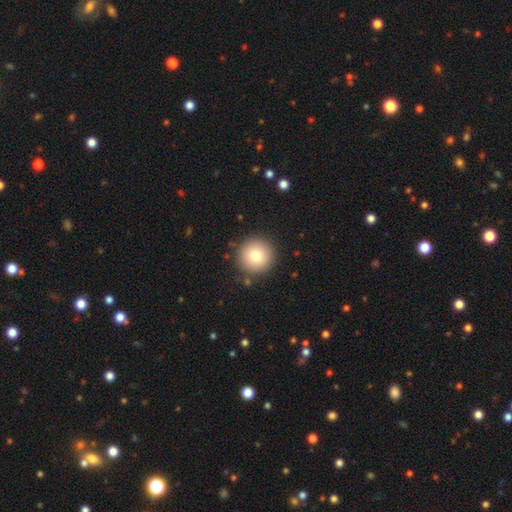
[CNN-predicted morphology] Overall: smooth (78%). How rounded: round (96%). Merging: none (89%).